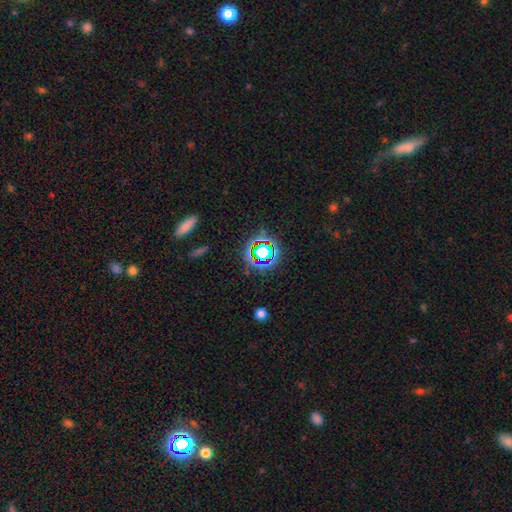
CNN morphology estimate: Smooth or featured: star or artifact — 68% (smooth — 21%)